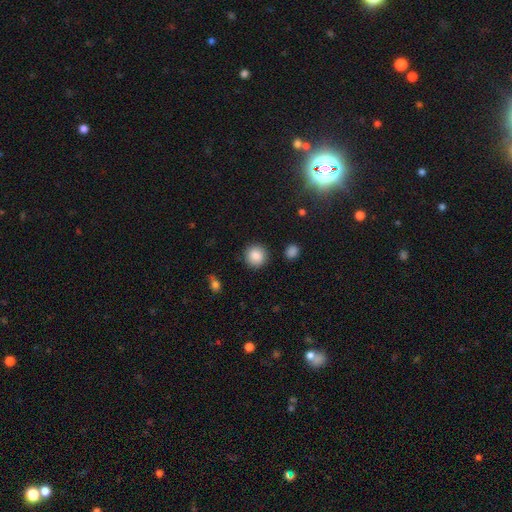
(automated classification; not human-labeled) smooth 87%, star or artifact 9%, featured or disk 4%. Down the decision tree: how rounded — round (91%); merging — none (89%).